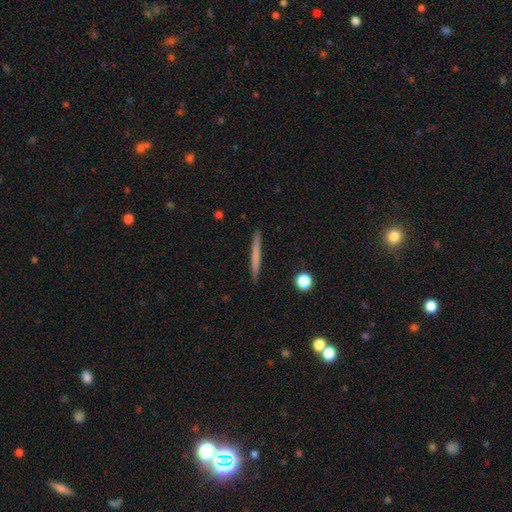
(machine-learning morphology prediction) smooth 60%, featured or disk 34%, star or artifact 6%. Down the decision tree: how rounded — cigar-shaped (96%); merging — none (91%).